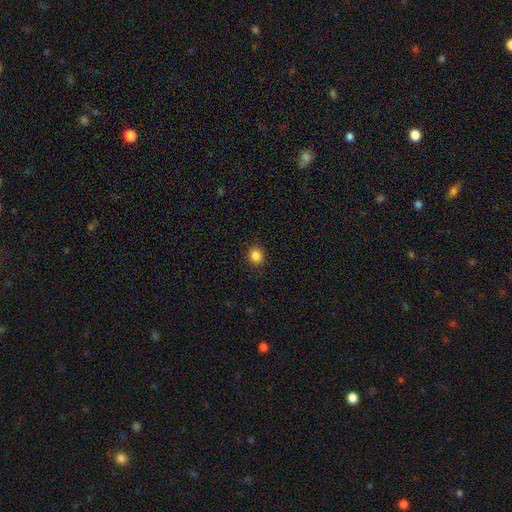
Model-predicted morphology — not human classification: This appears to be a smooth galaxy with no disk features (85%) that is round (85%). Merging: none (90%).